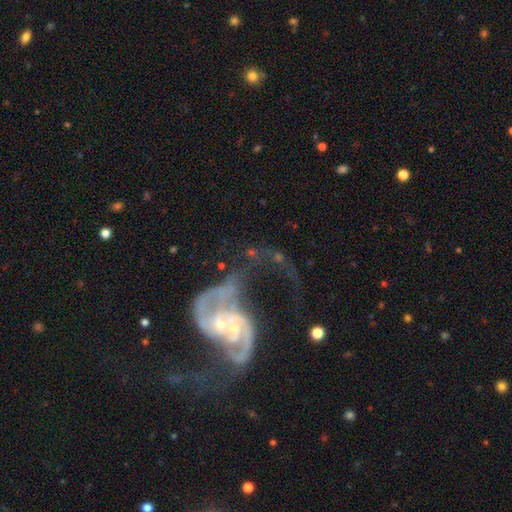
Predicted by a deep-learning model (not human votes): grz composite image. It shows a featured or disk galaxy (87%) with no bar (59%), 2 (81%) loose (41%) spiral arms (93%) and a small central bulge (64%). Merging: merger (42%).